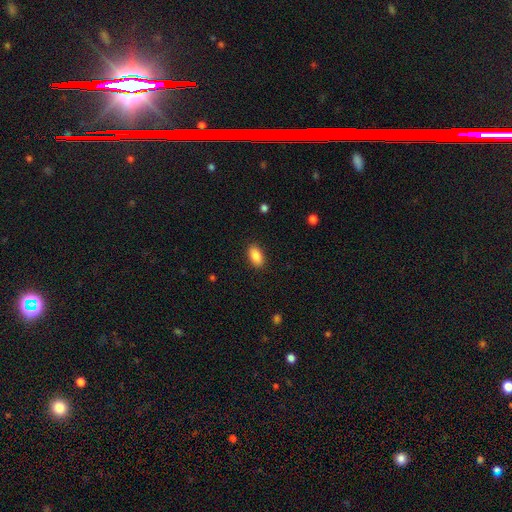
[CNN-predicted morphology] Q: Smooth or featured?
A: smooth (88%); runner-up: star or artifact (7%)
Q: How rounded?
A: in between (92%); runner-up: cigar-shaped (4%)
Q: Merging?
A: none (89%); runner-up: minor disturbance (8%)